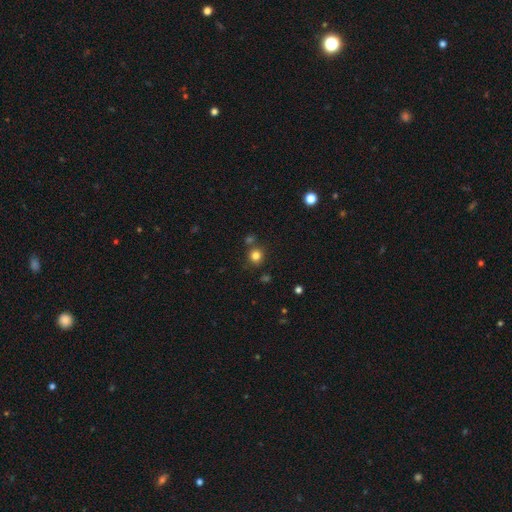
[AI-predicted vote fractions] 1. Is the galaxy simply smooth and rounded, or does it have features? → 80% smooth, 14% star or artifact, 6% featured or disk.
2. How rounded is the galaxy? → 89% round, 10% in between, 1% cigar-shaped.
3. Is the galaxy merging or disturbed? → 79% none, 9% merger, 9% minor disturbance, 3% major disturbance.